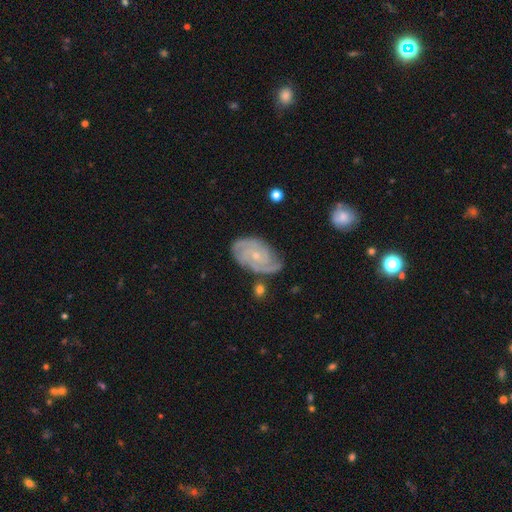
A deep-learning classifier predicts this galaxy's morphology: Smooth or featured? Predicted: featured or disk (p=0.87). Edge-on disk? Predicted: no (p=0.97). Bar? Predicted: no (p=0.72). Spiral arms? Predicted: yes (p=0.97). Spiral winding? Predicted: tight (p=0.68). Spiral arm count? Predicted: 3 (p=0.33, tied with 2). Bulge size? Predicted: small (p=0.73). Merging? Predicted: none (p=0.70).